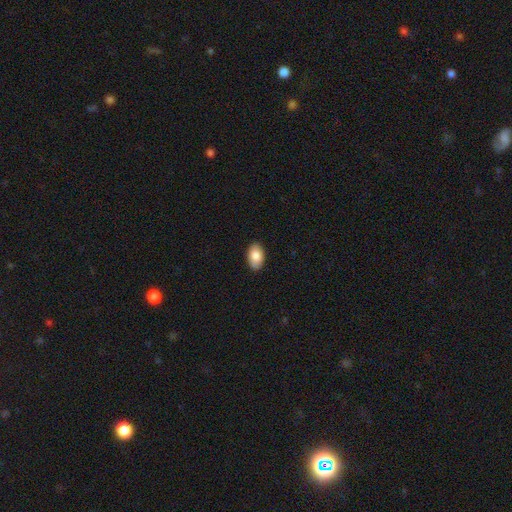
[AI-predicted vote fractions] smooth_or_featured: smooth (p=0.85) [alt: featured or disk p=0.08]
how_rounded: in between (p=0.93) [alt: round p=0.05]
merging: none (p=0.89) [alt: minor disturbance p=0.08]